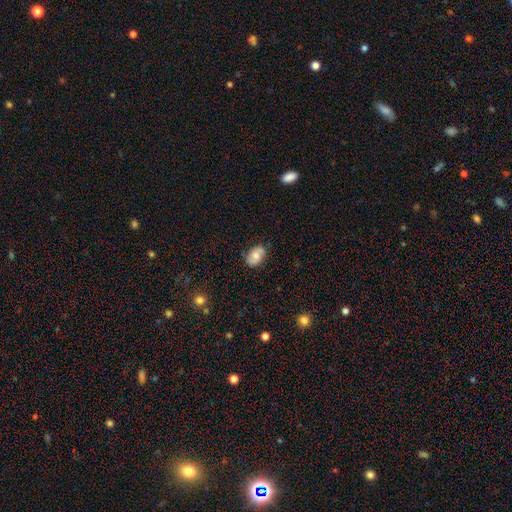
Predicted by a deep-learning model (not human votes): This appears to be a smooth galaxy with no disk features (55%) that is in between round and cigar-shaped (82%). Merging: none (75%).